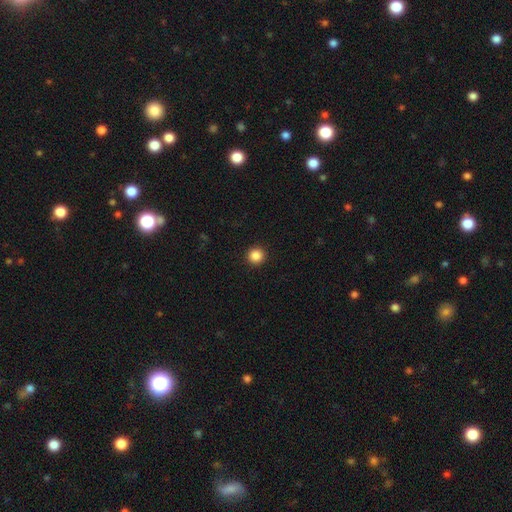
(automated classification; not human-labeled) Smooth or featured? Predicted: smooth (p=0.87). How rounded? Predicted: round (p=0.96). Merging? Predicted: none (p=0.93).